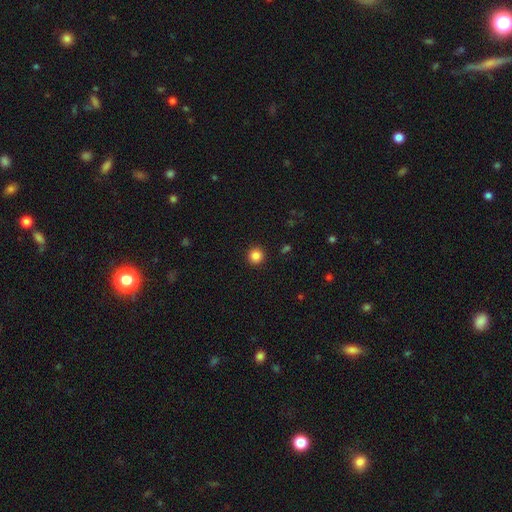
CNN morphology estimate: smooth 85%, star or artifact 11%, featured or disk 4%. Down the decision tree: how rounded — round (95%); merging — none (93%).